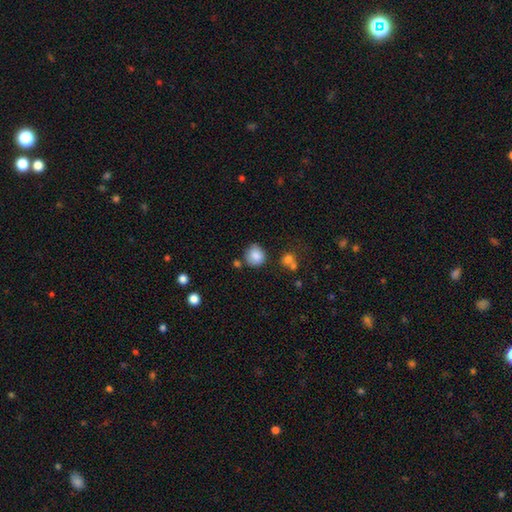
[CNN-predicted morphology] This appears to be a smooth galaxy with no disk features (85%) that is round (84%). Merging: none (75%).